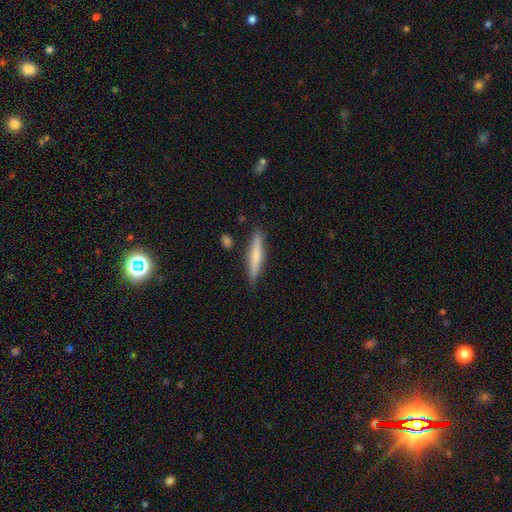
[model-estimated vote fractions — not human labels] smooth_or_featured: smooth (p=0.59) [alt: featured or disk p=0.35]
how_rounded: cigar-shaped (p=0.90) [alt: in between p=0.09]
merging: none (p=0.86) [alt: minor disturbance p=0.10]